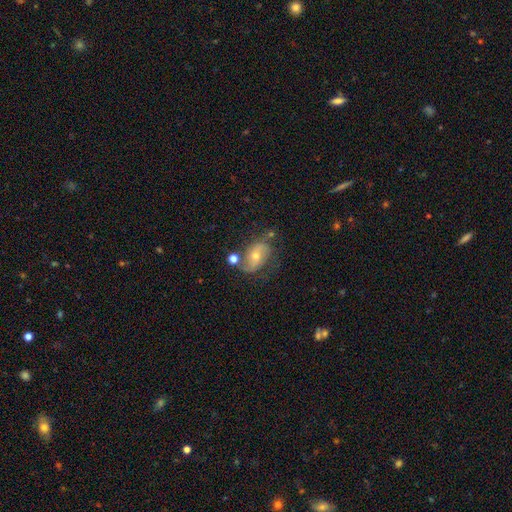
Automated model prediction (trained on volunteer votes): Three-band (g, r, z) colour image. It shows a featured or disk galaxy (71%) with no bar (54%), 2 (80%) medium (42%) spiral arms (88%) and a moderate central bulge (54%). Merging: none (62%).